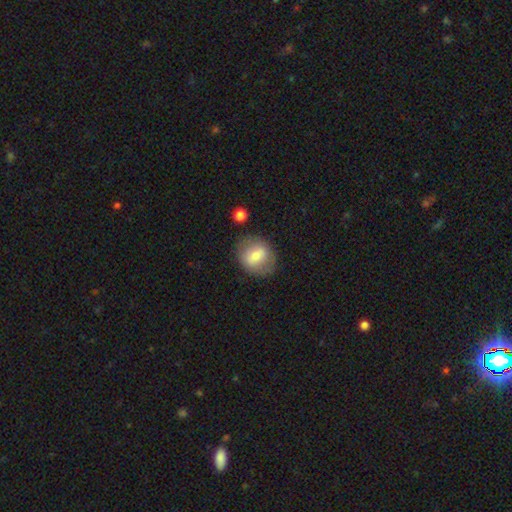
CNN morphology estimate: Overall: smooth (66%). How rounded: round (63%; in between 36%). Merging: none (77%).